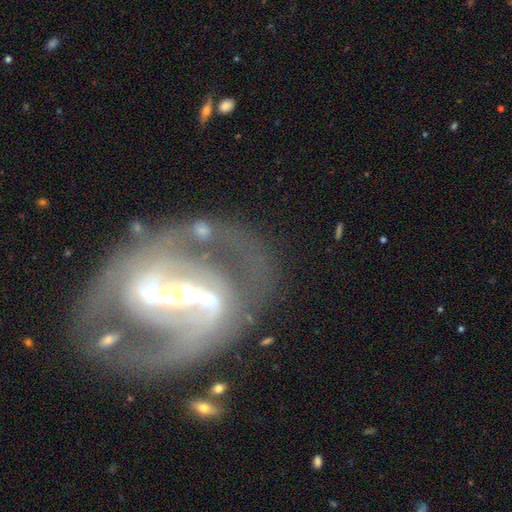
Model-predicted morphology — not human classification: Smooth or featured? featured or disk (89%)
Edge-on disk? no (96%)
Bar? strong (75%)
Spiral arms? yes (93%)
Spiral winding? medium (48%)
Spiral arm count? 2 (87%)
Bulge size? small (50%)
Merging? none (59%)